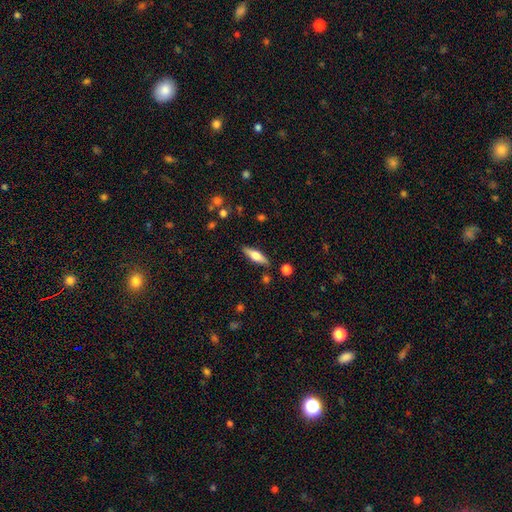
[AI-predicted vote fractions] This appears to be a smooth galaxy with no disk features (53%) that is cigar-shaped (55%). Merging: none (85%).